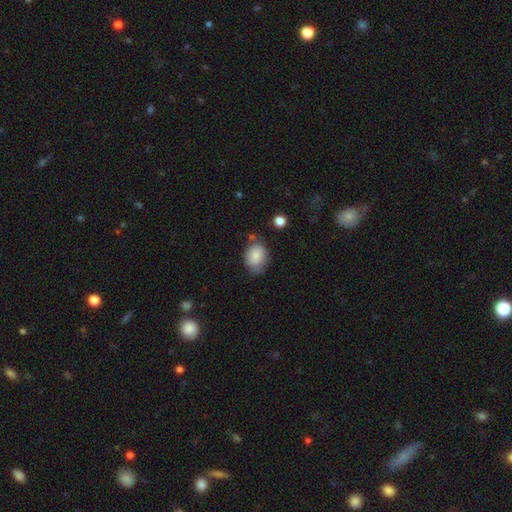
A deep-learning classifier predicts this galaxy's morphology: smooth_or_featured: smooth (p=0.83) [alt: featured or disk p=0.09]
how_rounded: in between (p=0.65) [alt: round p=0.34]
merging: none (p=0.61) [alt: minor disturbance p=0.27]